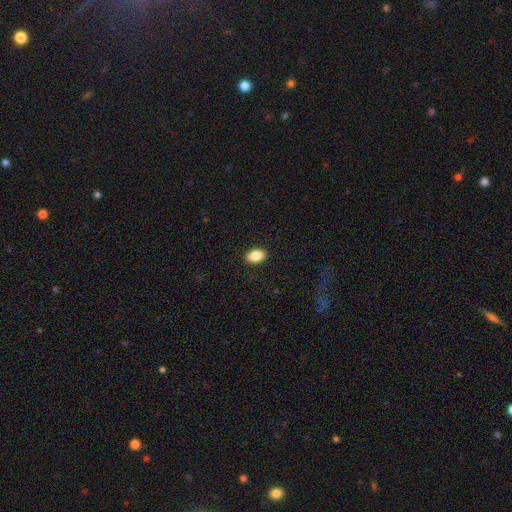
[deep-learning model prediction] Smooth or featured: smooth — 84% (featured or disk — 8%)
How rounded: in between — 90% (round — 8%)
Merging: none — 90% (minor disturbance — 8%)